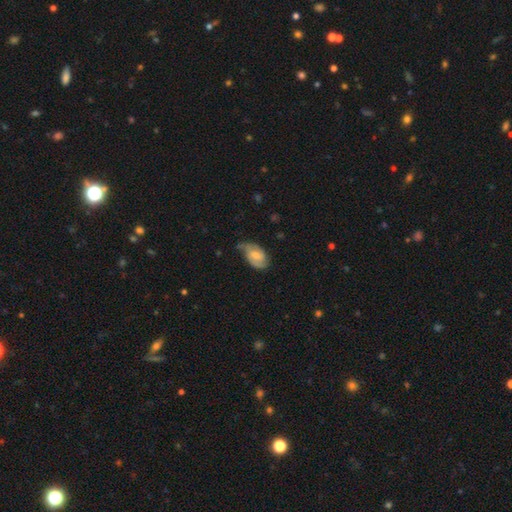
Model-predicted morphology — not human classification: Smooth or featured? Predicted: featured or disk (p=0.62). Edge-on disk? Predicted: no (p=0.96). Bar? Predicted: weak (p=0.52). Spiral arms? Predicted: yes (p=0.91). Spiral winding? Predicted: medium (p=0.46). Spiral arm count? Predicted: 2 (p=0.77). Bulge size? Predicted: moderate (p=0.41). Merging? Predicted: none (p=0.52).